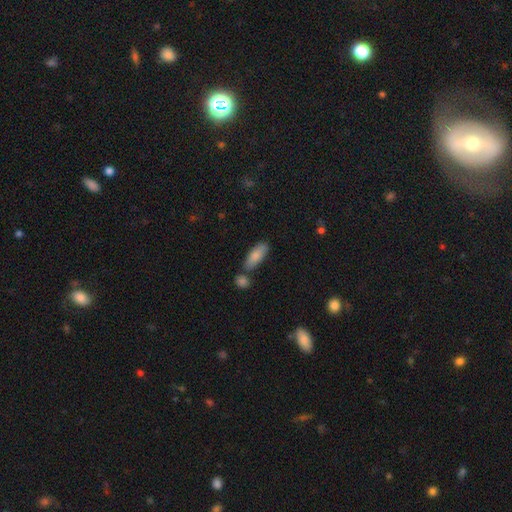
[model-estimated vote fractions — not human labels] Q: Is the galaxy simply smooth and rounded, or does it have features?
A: smooth — 85%.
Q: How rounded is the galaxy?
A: in between — 73%.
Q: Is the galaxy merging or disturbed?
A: none — 69%.